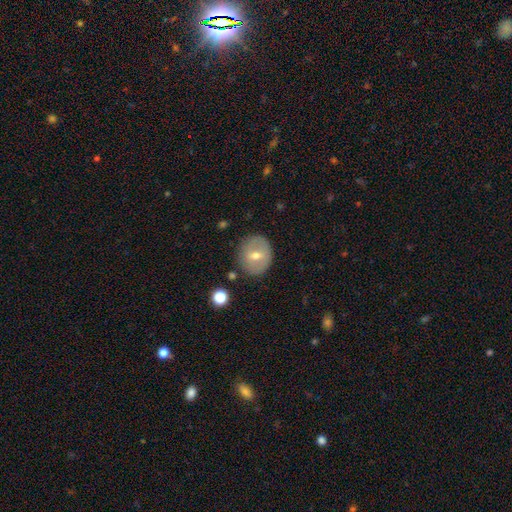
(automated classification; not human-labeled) Smooth or featured?
  - smooth: 54% *
  - featured or disk: 38%
  - star or artifact: 9%
How rounded?
  - round: 81% *
  - in between: 18%
  - cigar-shaped: 1%
Merging?
  - none: 84% *
  - minor disturbance: 11%
  - major disturbance: 3%
  - merger: 2%